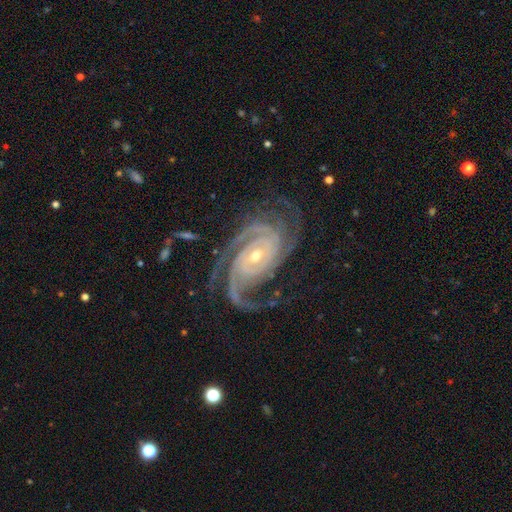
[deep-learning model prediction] smooth_or_featured: featured or disk (p=0.94) [alt: star or artifact p=0.04]
disk_edge_on: no (p=0.98) [alt: yes p=0.02]
bar: no (p=0.57) [alt: weak p=0.27]
has_spiral_arms: yes (p=0.99) [alt: no p=0.01]
spiral_winding: tight (p=0.70) [alt: medium p=0.26]
spiral_arm_count: 3 (p=0.36) [alt: 4 p=0.25]
bulge_size: small (p=0.58) [alt: moderate p=0.39]
merging: none (p=0.70) [alt: minor disturbance p=0.17]